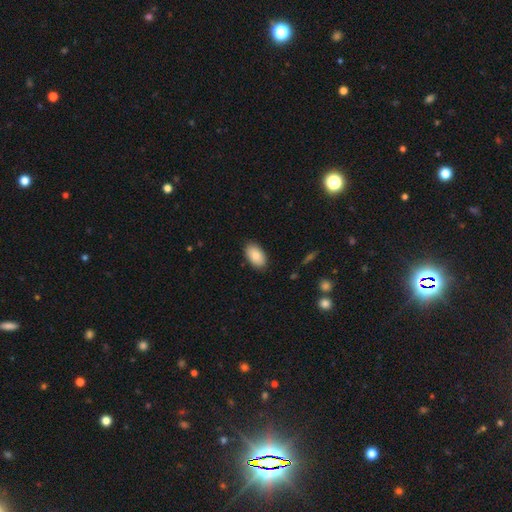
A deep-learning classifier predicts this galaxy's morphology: Smooth or featured? smooth (86%)
How rounded? in between (95%)
Merging? none (87%)